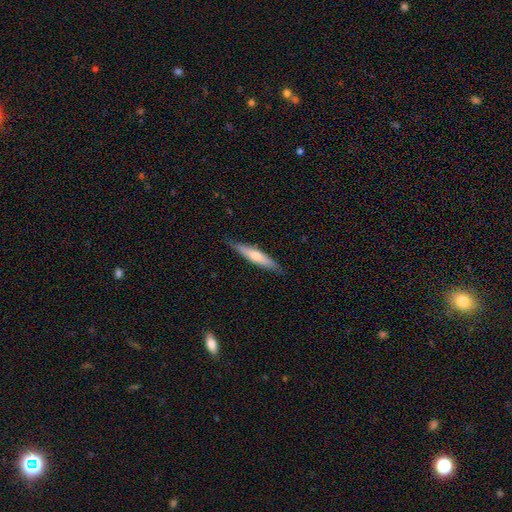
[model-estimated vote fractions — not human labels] A smooth galaxy with no disk features (51%) that is cigar-shaped (87%).

Vote fractions:
- Smooth or featured? smooth: 51% / featured or disk: 44% / star or artifact: 6%
- How rounded? cigar-shaped: 87% / in between: 12% / round: 1%
- Merging? none: 86% / minor disturbance: 11% / major disturbance: 2% / merger: 1%